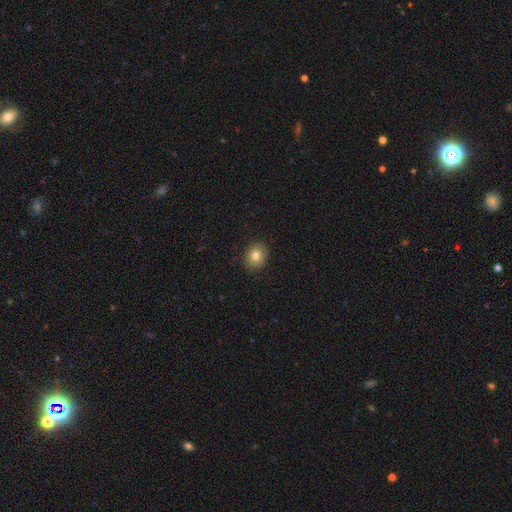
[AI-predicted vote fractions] smooth 80%, star or artifact 10%, featured or disk 10%. Down the decision tree: how rounded — round (68%); merging — none (90%).